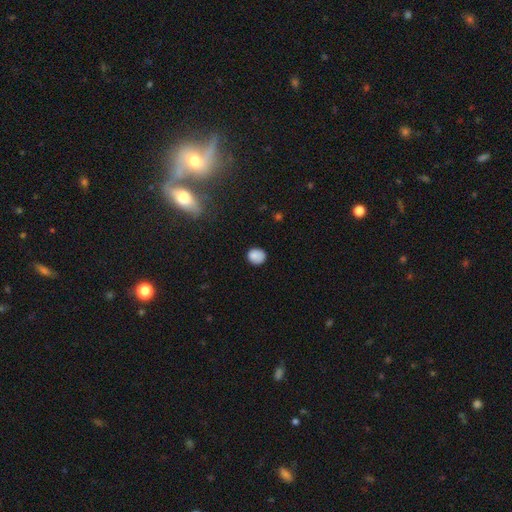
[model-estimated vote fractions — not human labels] A smooth galaxy with no disk features (84%) that is round (79%).

Vote fractions:
- Smooth or featured? smooth: 84% / star or artifact: 10% / featured or disk: 6%
- How rounded? round: 79% / in between: 20% / cigar-shaped: 1%
- Merging? none: 78% / minor disturbance: 17% / major disturbance: 3% / merger: 2%